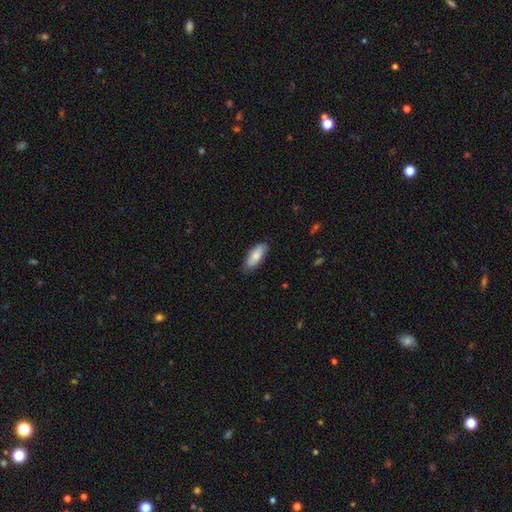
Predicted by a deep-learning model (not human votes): A smooth galaxy with no disk features (81%) that is in between round and cigar-shaped (78%). Merging: none (79%).